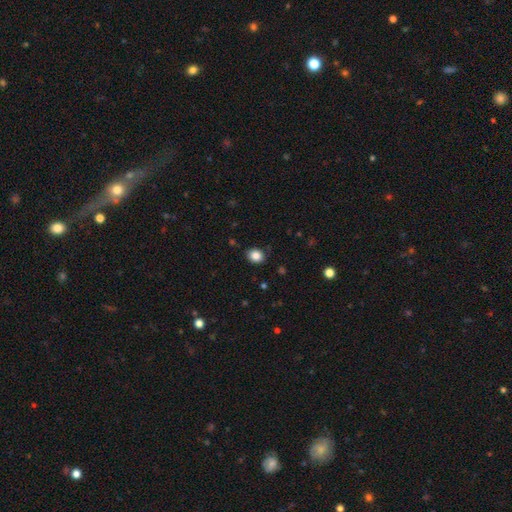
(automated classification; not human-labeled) Smooth or featured? Predicted: smooth (p=0.85). How rounded? Predicted: round (p=0.54). Merging? Predicted: none (p=0.87).